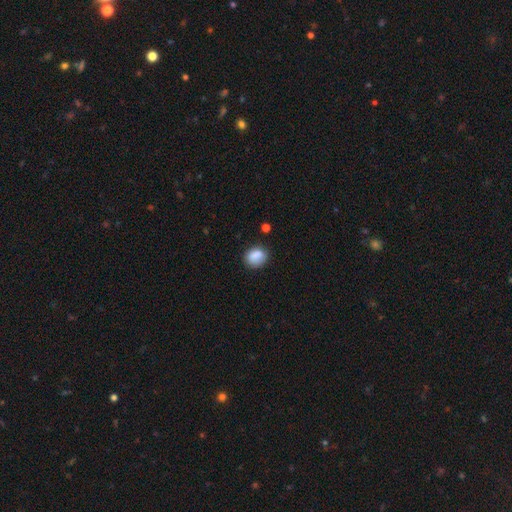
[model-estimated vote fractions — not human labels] smooth 84%, star or artifact 8%, featured or disk 7%. Down the decision tree: how rounded — in between (51%); merging — none (72%).